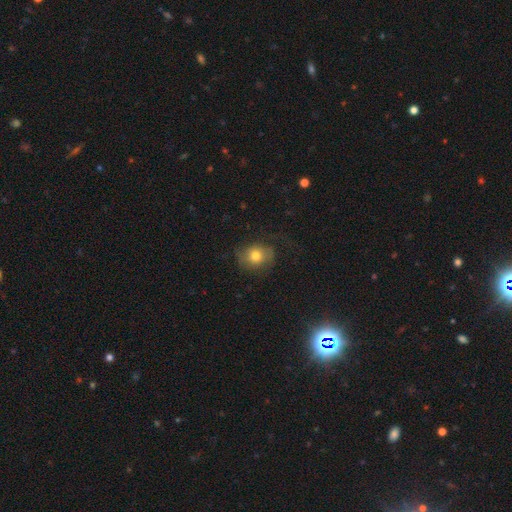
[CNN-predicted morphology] Smooth or featured? smooth (73%)
How rounded? round (66%)
Merging? none (66%)